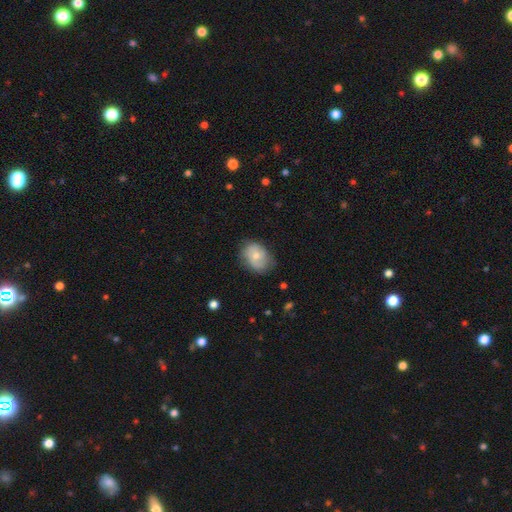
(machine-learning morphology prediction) Smooth or featured? smooth (60%)
How rounded? in between (66%)
Merging? none (70%)